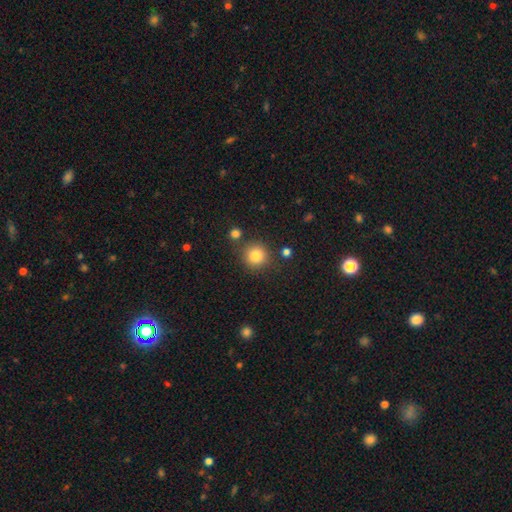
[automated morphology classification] smooth 83%, star or artifact 11%, featured or disk 6%. Down the decision tree: how rounded — round (92%); merging — none (82%).